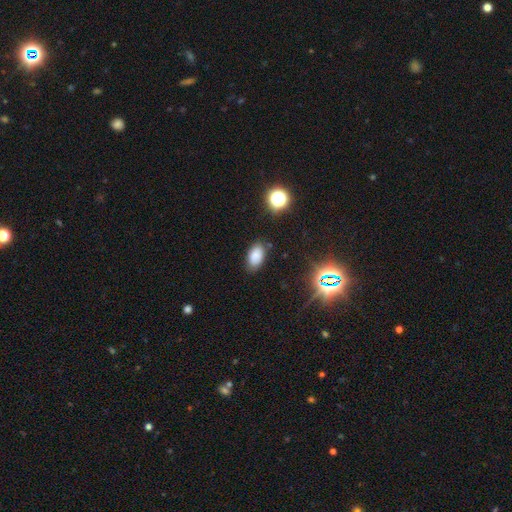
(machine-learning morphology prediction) type=smooth (79%); roundness=in between (93%); merging=none (81%).